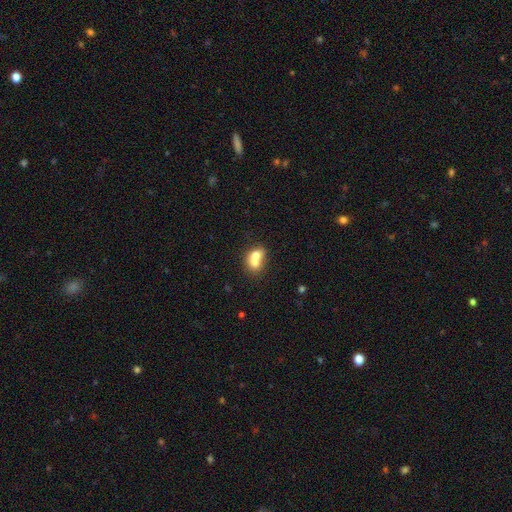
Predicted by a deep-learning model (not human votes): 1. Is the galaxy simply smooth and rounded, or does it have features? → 68% smooth, 23% featured or disk, 9% star or artifact.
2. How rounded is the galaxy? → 50% in between, 49% round, 1% cigar-shaped.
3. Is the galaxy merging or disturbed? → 72% merger, 19% none, 6% minor disturbance, 3% major disturbance.